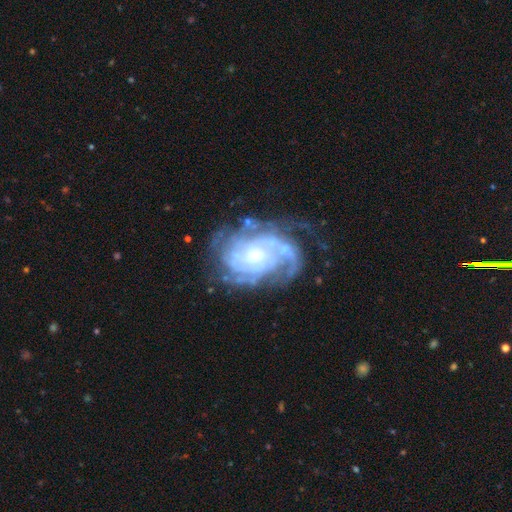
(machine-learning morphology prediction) Smooth or featured: featured or disk — 88% (star or artifact — 6%)
Edge-on disk: no — 97% (yes — 3%)
Bar: no — 65% (weak — 28%)
Spiral arms: yes — 96% (no — 4%)
Spiral winding: tight — 64% (medium — 29%)
Spiral arm count: can't tell — 34% (3 — 19%)
Bulge size: small — 54% (moderate — 37%)
Merging: none — 58% (minor disturbance — 21%)